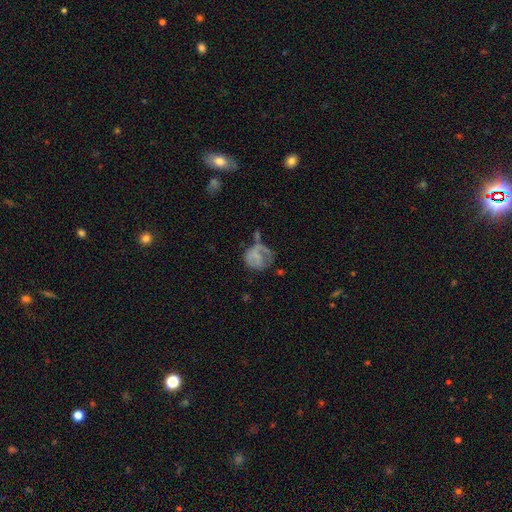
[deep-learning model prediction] A smooth galaxy with no disk features (49%). Merging: major disturbance (35%).